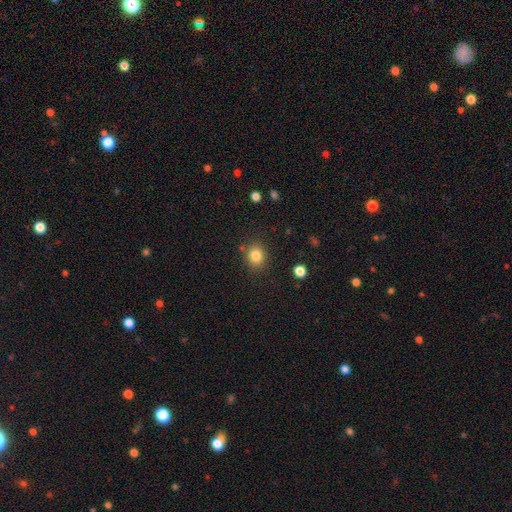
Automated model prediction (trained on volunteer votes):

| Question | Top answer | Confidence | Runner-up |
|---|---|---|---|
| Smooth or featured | smooth | 83% | star or artifact (11%) |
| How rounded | round | 73% | in between (26%) |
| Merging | none | 84% | minor disturbance (10%) |